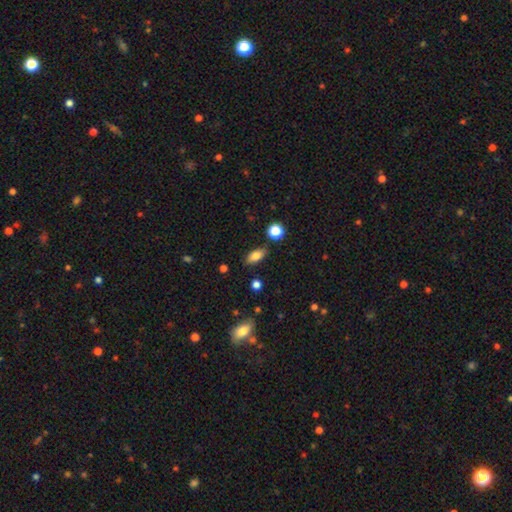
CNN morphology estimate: A smooth galaxy with no disk features (83%) that is in between round and cigar-shaped (86%).

Vote fractions:
- Smooth or featured? smooth: 83% / star or artifact: 9% / featured or disk: 9%
- How rounded? in between: 86% / cigar-shaped: 8% / round: 6%
- Merging? none: 83% / minor disturbance: 11% / major disturbance: 3% / merger: 3%